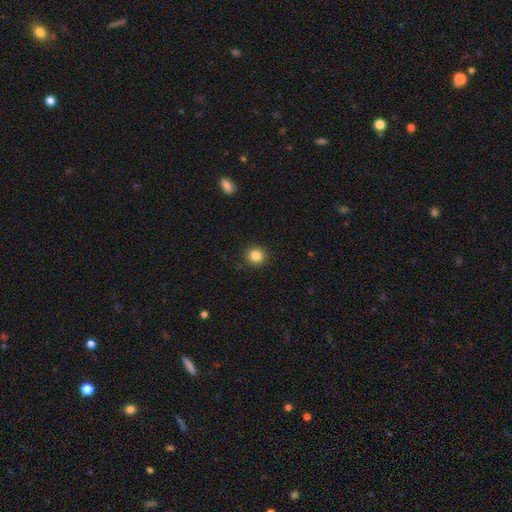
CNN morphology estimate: Smooth or featured? Predicted: smooth (p=0.85). How rounded? Predicted: round (p=0.92). Merging? Predicted: none (p=0.91).